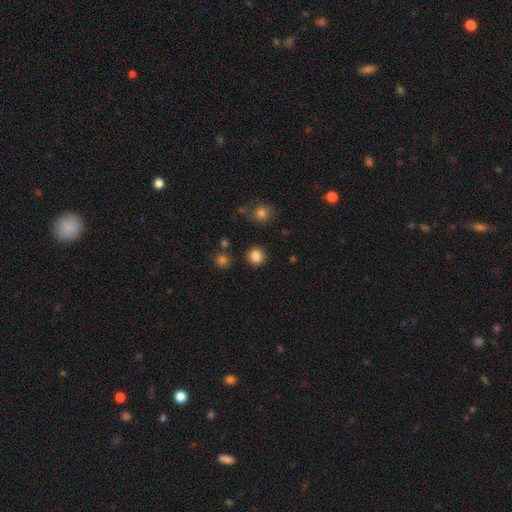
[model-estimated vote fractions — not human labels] Smooth or featured? smooth (84%)
How rounded? round (86%)
Merging? none (89%)